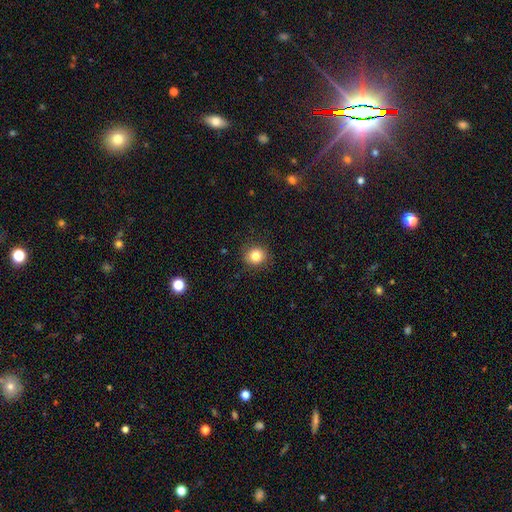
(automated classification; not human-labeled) This is clearly a smooth galaxy (82%). How rounded: clearly round (87%). Merging: clearly none (90%).